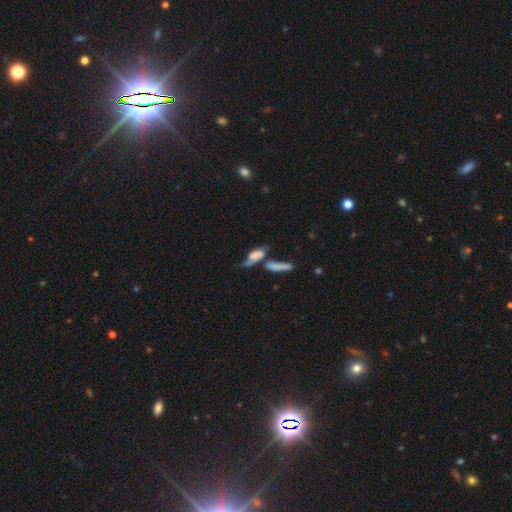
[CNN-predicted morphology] This is possibly a smooth galaxy (56%). How rounded: likely in between (65%). Merging: possibly merger (47%).